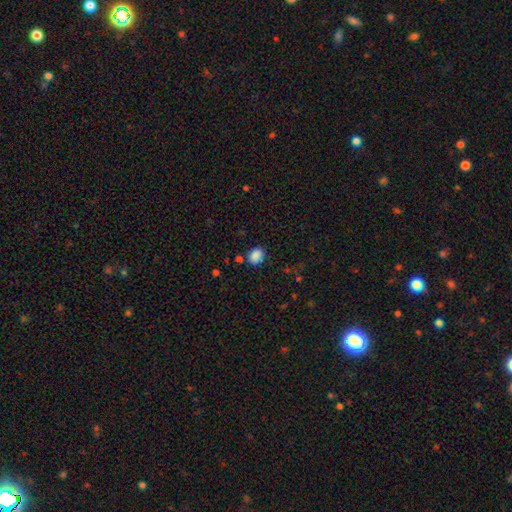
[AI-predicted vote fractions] Smooth or featured? Predicted: smooth (p=0.88). How rounded? Predicted: in between (p=0.50). Merging? Predicted: none (p=0.81).